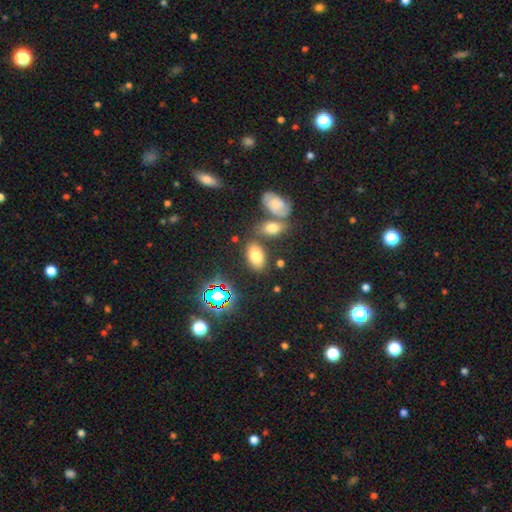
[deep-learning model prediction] smooth_or_featured: smooth (p=0.73) [alt: star or artifact p=0.15]
how_rounded: in between (p=0.92) [alt: round p=0.06]
merging: none (p=0.74) [alt: minor disturbance p=0.11]